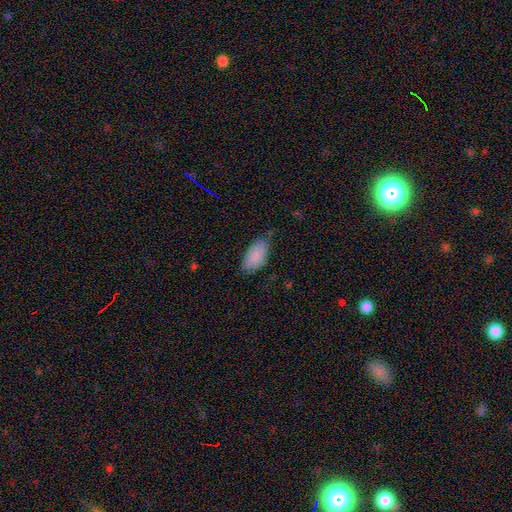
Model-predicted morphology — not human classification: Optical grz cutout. It shows a smooth galaxy with no disk features (88%) that is in between round and cigar-shaped (94%). Merging: none (70%).